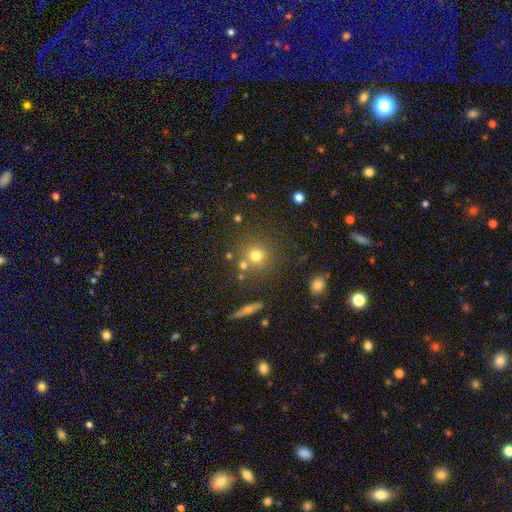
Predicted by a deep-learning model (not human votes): This appears to be a smooth galaxy with no disk features (73%) that is round (91%). Merging: none (73%).